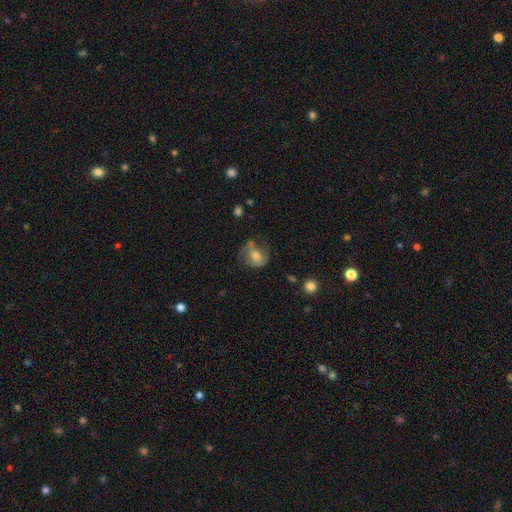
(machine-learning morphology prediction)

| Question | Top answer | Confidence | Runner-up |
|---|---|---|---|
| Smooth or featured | smooth | 59% | featured or disk (31%) |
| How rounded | round | 63% | in between (36%) |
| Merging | none | 52% | minor disturbance (26%) |